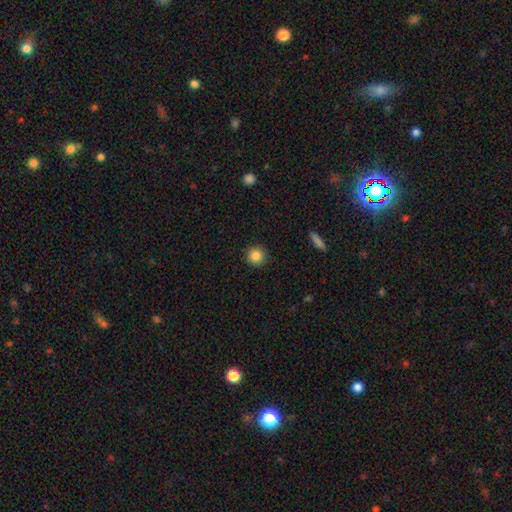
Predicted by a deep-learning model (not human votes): This appears to be a smooth galaxy with no disk features (85%) that is round (95%). Merging: none (92%).